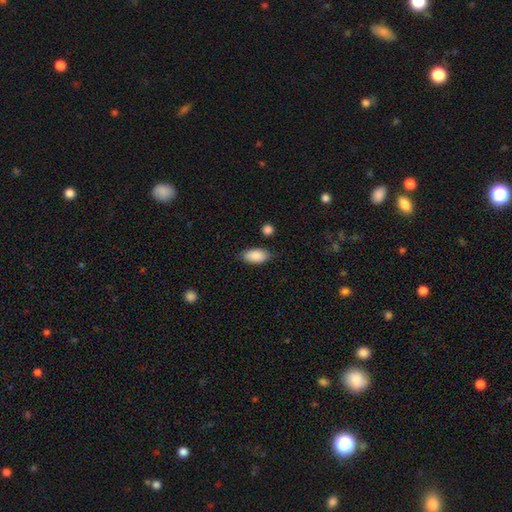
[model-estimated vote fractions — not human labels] Smooth or featured? smooth (89%)
How rounded? in between (93%)
Merging? none (82%)